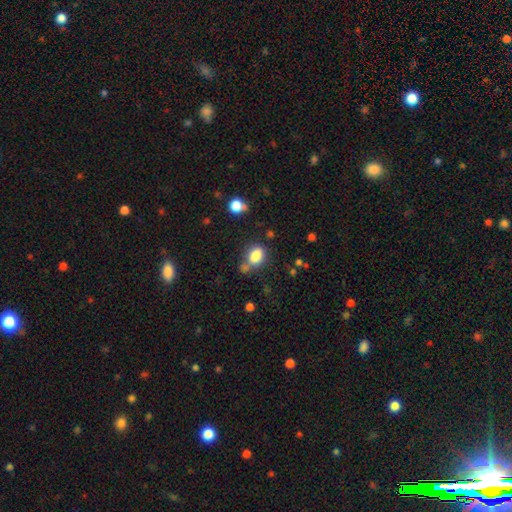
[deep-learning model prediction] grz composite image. It shows a smooth galaxy with no disk features (83%) that is in between round and cigar-shaped (69%). Merging: none (56%).